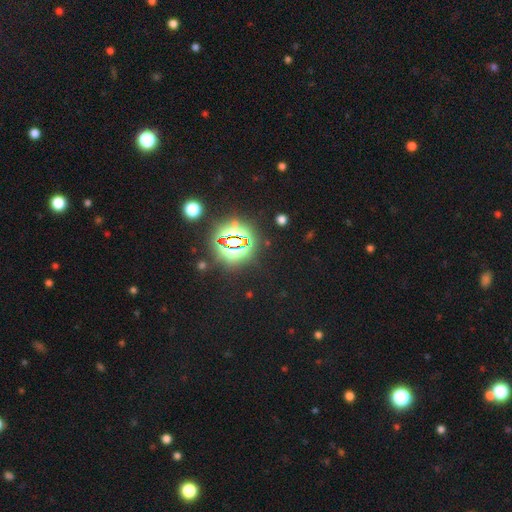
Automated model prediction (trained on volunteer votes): This is clearly a star or artifact rather than a galaxy (81%).